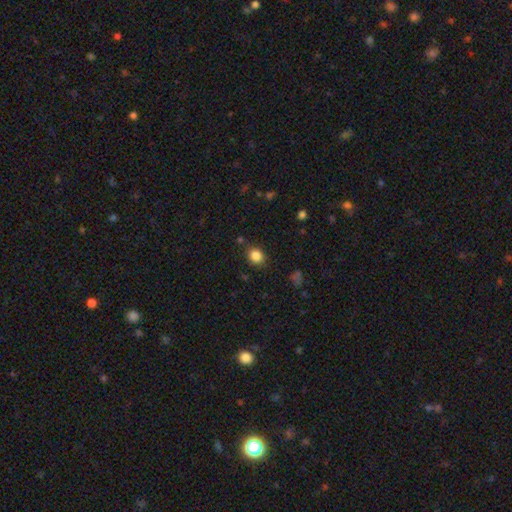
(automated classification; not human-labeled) Smooth or featured: smooth — 84% (star or artifact — 11%)
How rounded: round — 62% (in between — 37%)
Merging: none — 83% (minor disturbance — 11%)